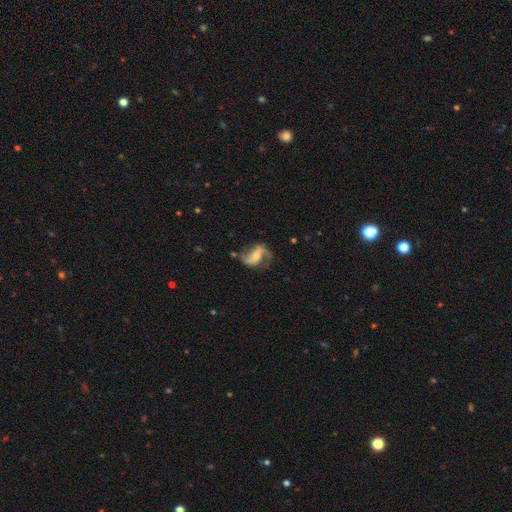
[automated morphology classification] Smooth or featured: featured or disk — 80% (smooth — 13%)
Edge-on disk: no — 97% (yes — 3%)
Bar: weak — 39% (strong — 31%)
Spiral arms: yes — 93% (no — 7%)
Spiral winding: loose — 64% (medium — 28%)
Spiral arm count: 2 — 88% (1 — 5%)
Bulge size: small — 46% (moderate — 38%)
Merging: none — 62% (minor disturbance — 21%)